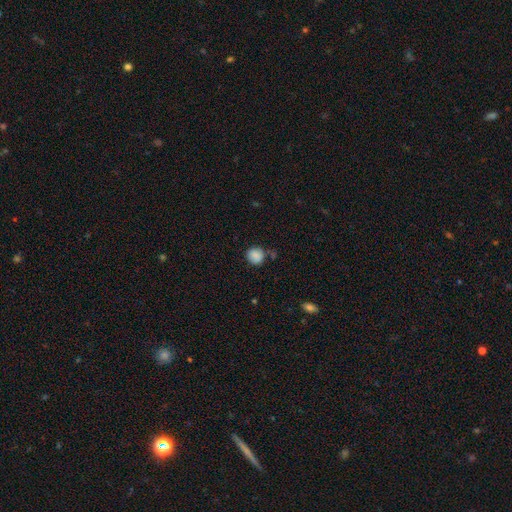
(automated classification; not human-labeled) This is clearly a smooth galaxy (86%). How rounded: clearly round (87%). Merging: likely none (73%).